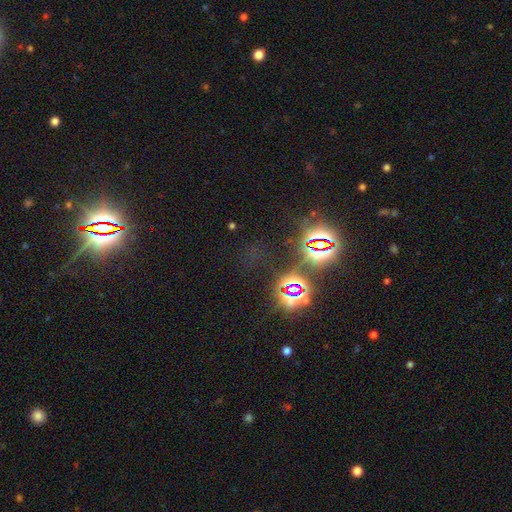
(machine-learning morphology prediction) smooth-or-featured: star or artifact: 80% | smooth: 13% | featured or disk: 7%